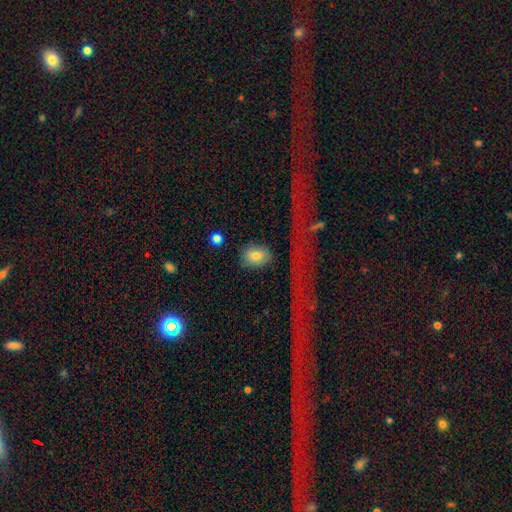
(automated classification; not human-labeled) smooth_or_featured: smooth (p=0.76) [alt: featured or disk p=0.16]
how_rounded: in between (p=0.55) [alt: round p=0.42]
merging: none (p=0.74) [alt: minor disturbance p=0.13]